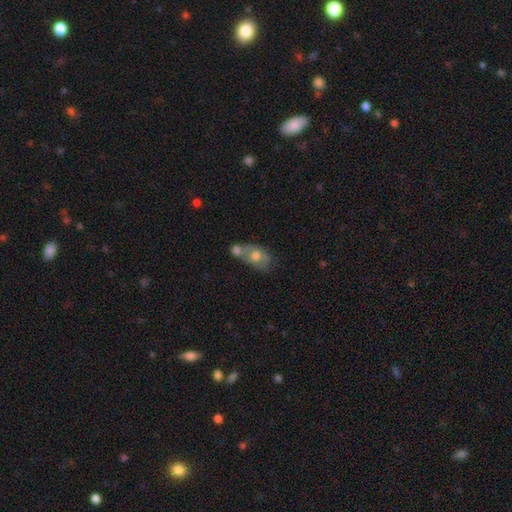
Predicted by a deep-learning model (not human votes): smooth-or-featured: smooth: 57% | featured or disk: 34% | star or artifact: 8%
  how-rounded: in between: 77% | round: 21% | cigar-shaped: 2%
  merging: merger: 55% | none: 24% | minor disturbance: 13% | major disturbance: 7%